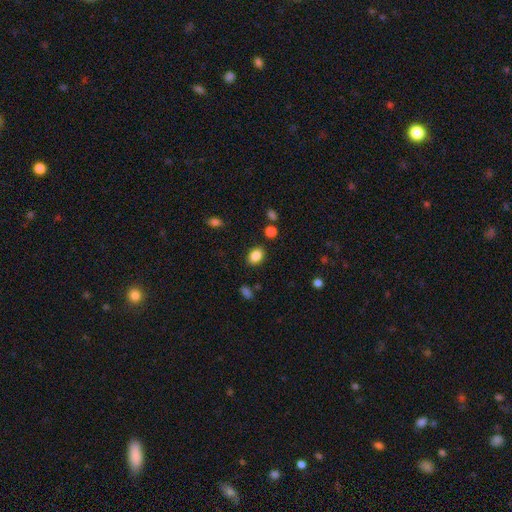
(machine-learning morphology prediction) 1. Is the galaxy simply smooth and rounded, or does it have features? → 87% smooth, 9% star or artifact, 4% featured or disk.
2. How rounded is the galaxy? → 73% in between, 26% round, 1% cigar-shaped.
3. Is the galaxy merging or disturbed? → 85% none, 10% minor disturbance, 3% major disturbance, 3% merger.